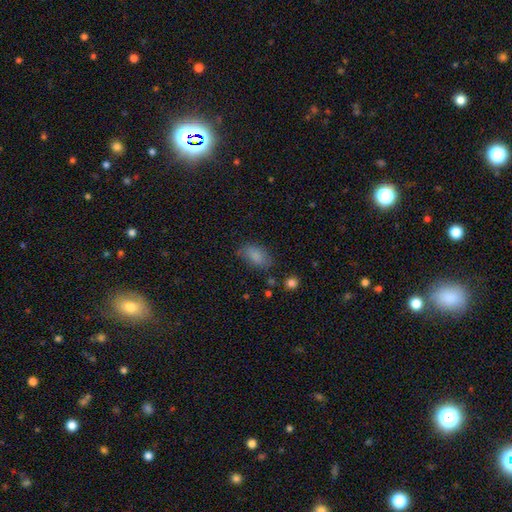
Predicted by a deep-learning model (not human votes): This appears to be a smooth galaxy with no disk features (82%) that is in between round and cigar-shaped (91%). Merging: none (67%).